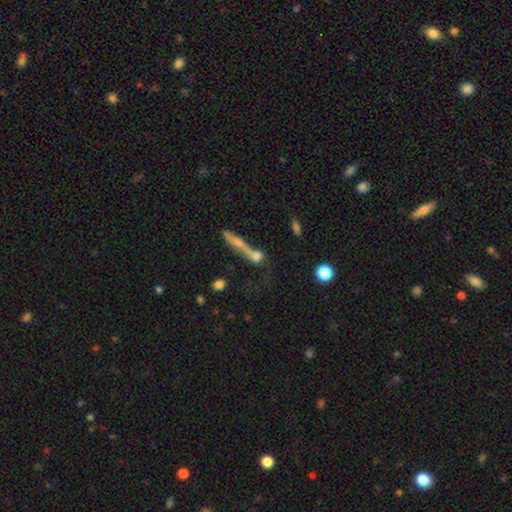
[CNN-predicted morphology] Overall: smooth (39%; featured or disk 36%). Merging: none (48%; merger 28%).